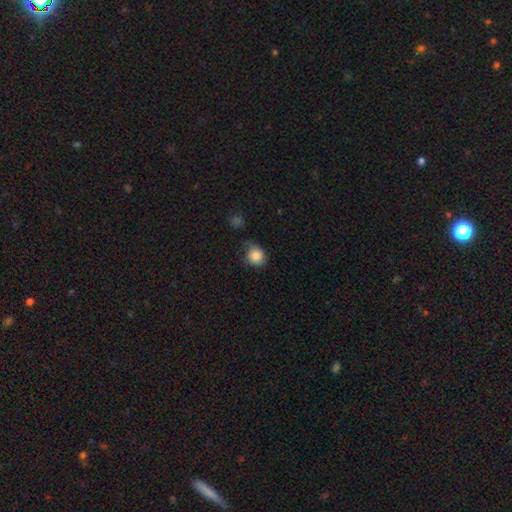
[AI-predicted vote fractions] A smooth galaxy with no disk features (84%) that is round (76%).

Vote fractions:
- Smooth or featured? smooth: 84% / star or artifact: 8% / featured or disk: 7%
- How rounded? round: 76% / in between: 23% / cigar-shaped: 1%
- Merging? none: 47% / minor disturbance: 33% / major disturbance: 16% / merger: 4%